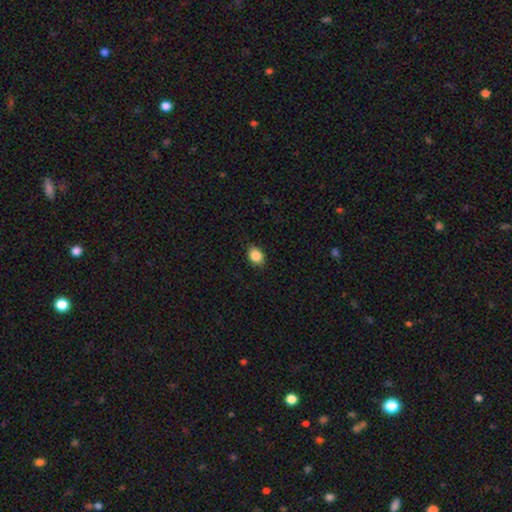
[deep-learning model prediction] smooth_or_featured: smooth (p=0.87) [alt: star or artifact p=0.09]
how_rounded: in between (p=0.65) [alt: round p=0.34]
merging: none (p=0.87) [alt: minor disturbance p=0.10]